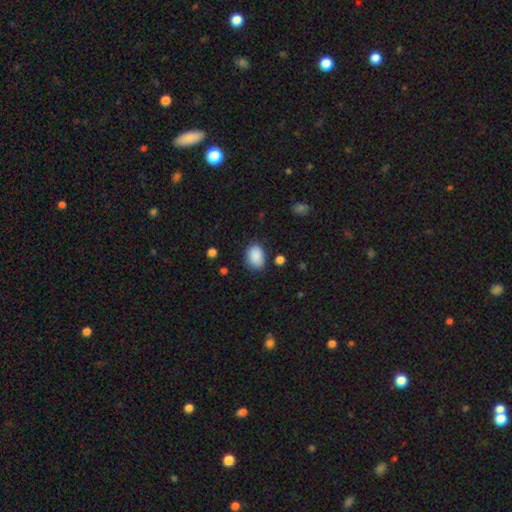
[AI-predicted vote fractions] smooth_or_featured: smooth (p=0.89) [alt: star or artifact p=0.07]
how_rounded: in between (p=0.78) [alt: round p=0.21]
merging: none (p=0.78) [alt: minor disturbance p=0.16]